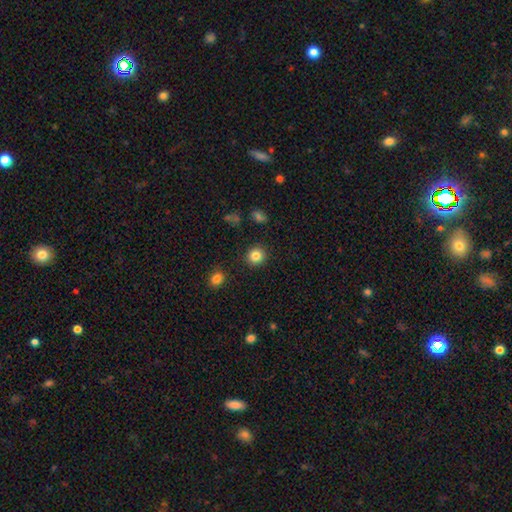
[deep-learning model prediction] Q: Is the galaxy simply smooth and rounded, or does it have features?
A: smooth — 84%.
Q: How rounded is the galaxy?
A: round — 93%.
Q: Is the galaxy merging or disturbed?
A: none — 91%.